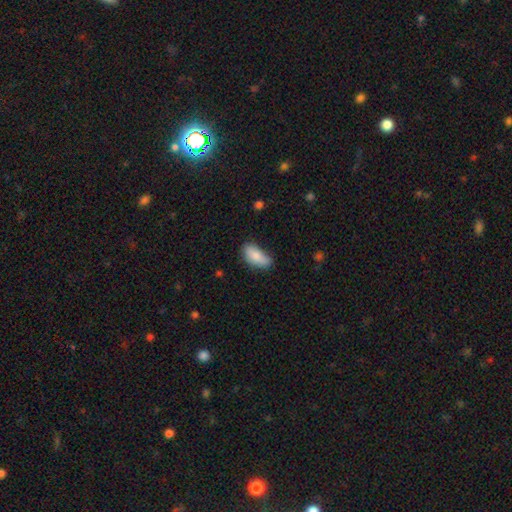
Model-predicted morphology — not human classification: Smooth or featured?
  - smooth: 81% *
  - featured or disk: 13%
  - star or artifact: 7%
How rounded?
  - in between: 90% *
  - cigar-shaped: 7%
  - round: 3%
Merging?
  - none: 63% *
  - minor disturbance: 29%
  - major disturbance: 5%
  - merger: 3%